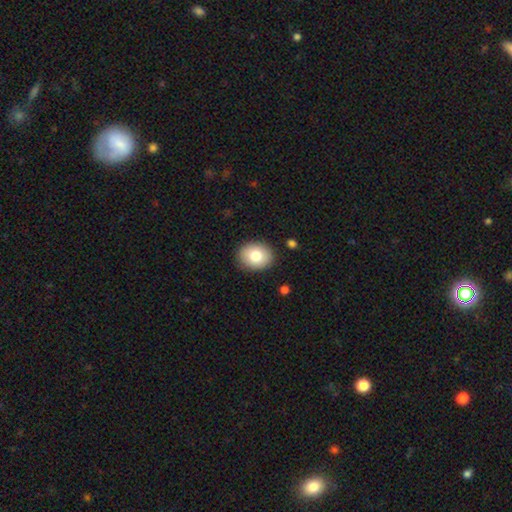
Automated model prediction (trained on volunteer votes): Smooth or featured: smooth — 80% (featured or disk — 12%)
How rounded: in between — 52% (round — 48%)
Merging: none — 88% (minor disturbance — 8%)